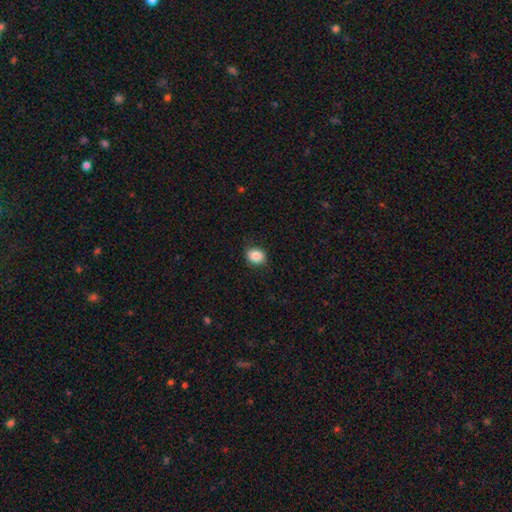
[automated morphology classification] Overall: smooth (85%). How rounded: round (53%; in between 46%). Merging: none (85%).